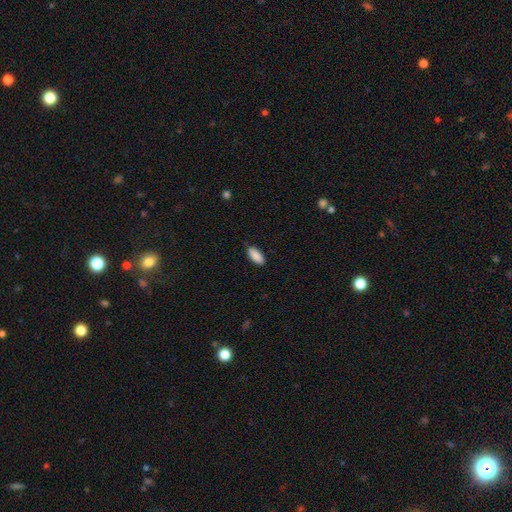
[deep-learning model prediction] smooth_or_featured: smooth (p=0.90) [alt: star or artifact p=0.06]
how_rounded: in between (p=0.87) [alt: cigar-shaped p=0.11]
merging: none (p=0.81) [alt: minor disturbance p=0.15]